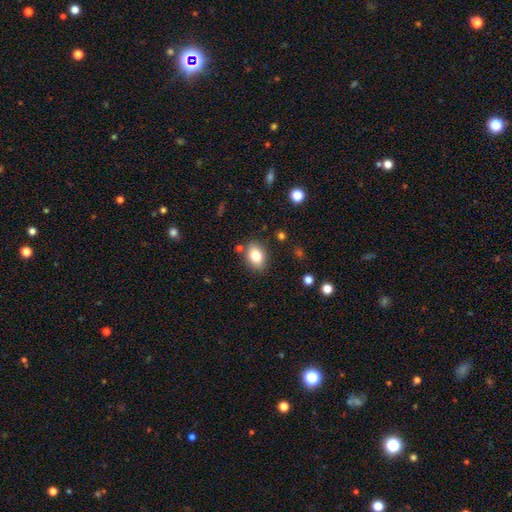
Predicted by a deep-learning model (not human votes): A smooth galaxy with no disk features (81%) that is in between round and cigar-shaped (74%).

Vote fractions:
- Smooth or featured? smooth: 81% / featured or disk: 10% / star or artifact: 9%
- How rounded? in between: 74% / round: 25% / cigar-shaped: 1%
- Merging? none: 83% / minor disturbance: 11% / merger: 4% / major disturbance: 3%